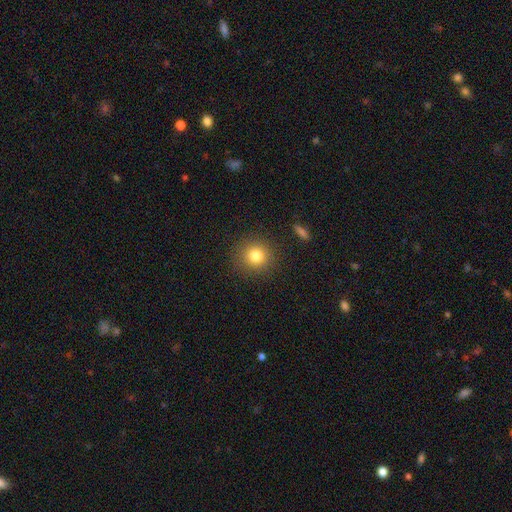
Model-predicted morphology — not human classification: The model was most divided on "smooth or featured": smooth: 80%, star or artifact: 12%, featured or disk: 8%. More confident: how rounded — round (91%); merging — none (89%).